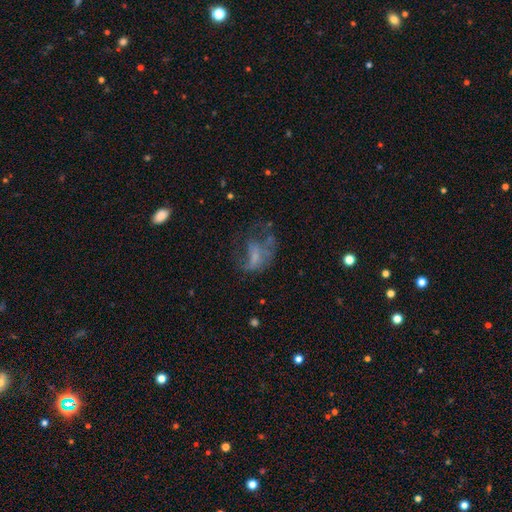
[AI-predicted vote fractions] A featured or disk galaxy (49%). Merging: major disturbance (50%).